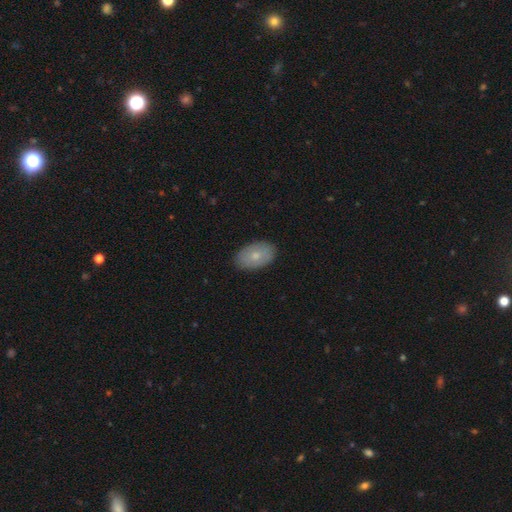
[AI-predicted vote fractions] The model was most divided on "smooth or featured": smooth: 72%, featured or disk: 22%, star or artifact: 6%. More confident: how rounded — in between (92%); merging — none (87%).